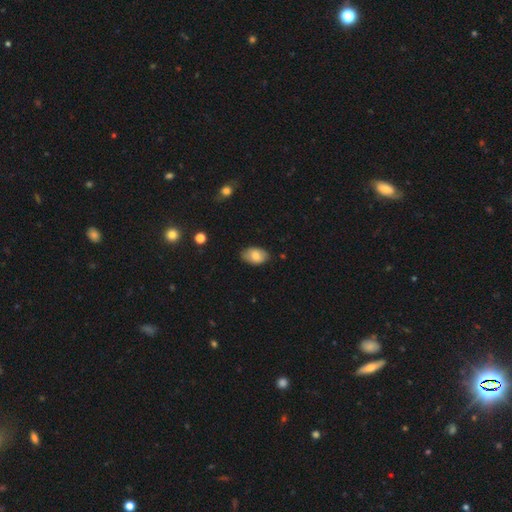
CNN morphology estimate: A smooth galaxy with no disk features (78%) that is in between round and cigar-shaped (91%).

Vote fractions:
- Smooth or featured? smooth: 78% / featured or disk: 15% / star or artifact: 7%
- How rounded? in between: 91% / round: 7% / cigar-shaped: 1%
- Merging? none: 81% / minor disturbance: 15% / major disturbance: 2% / merger: 1%